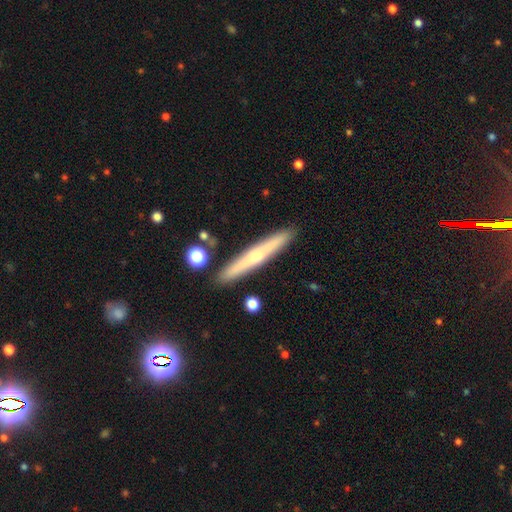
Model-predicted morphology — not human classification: This appears to be a featured or disk galaxy (51%) viewed edge-on (96%). Merging: none (89%).